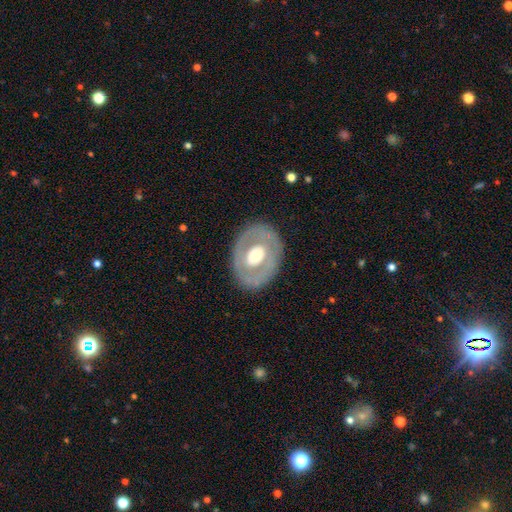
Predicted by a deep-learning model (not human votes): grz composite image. It shows a featured or disk galaxy (57%) with no bar (83%), no spiral arms (90%) and a moderate central bulge (63%). Merging: none (82%).